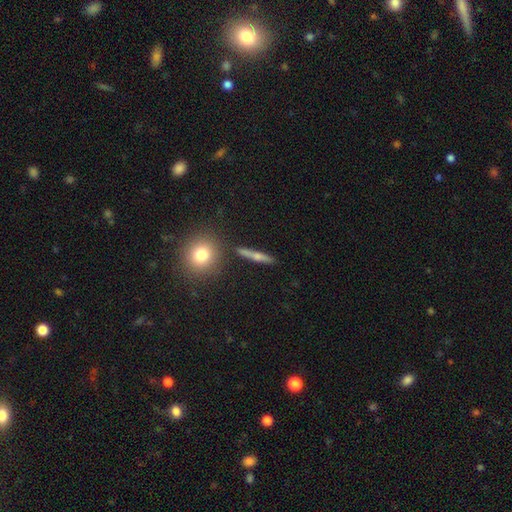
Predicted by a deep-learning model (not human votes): The model was most divided on "smooth or featured": smooth: 48%, featured or disk: 44%, star or artifact: 9%. More confident: merging — none (85%).